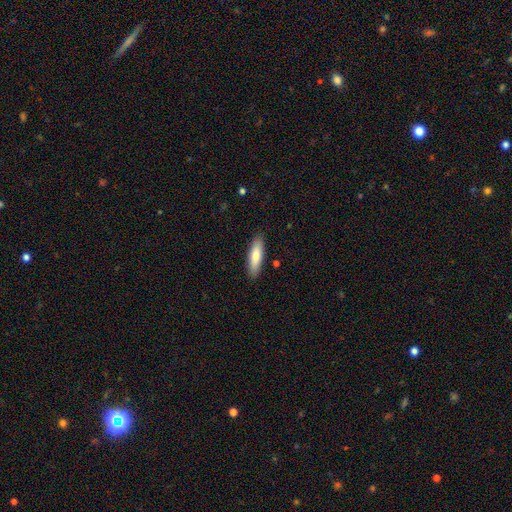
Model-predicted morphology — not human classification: type=smooth (78%); roundness=cigar-shaped (57%); merging=none (89%).